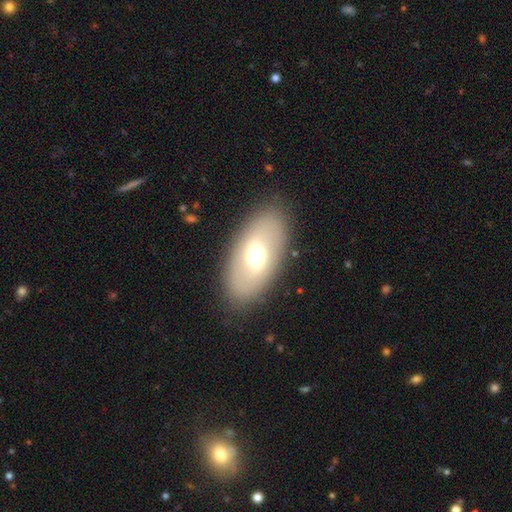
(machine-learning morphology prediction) Smooth or featured? smooth (52%)
How rounded? in between (90%)
Merging? none (86%)